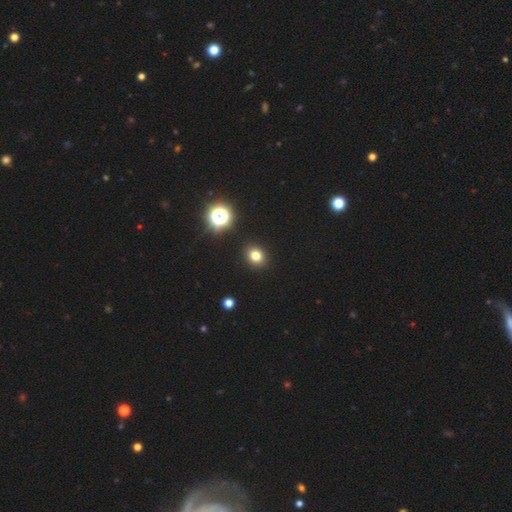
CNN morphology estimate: This is likely a smooth galaxy (78%). How rounded: likely round (65%). Merging: clearly none (91%).